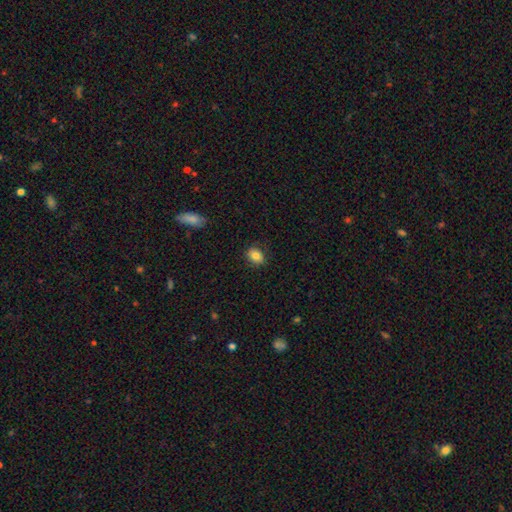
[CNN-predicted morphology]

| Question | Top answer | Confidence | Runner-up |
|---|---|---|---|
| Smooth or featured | smooth | 82% | star or artifact (9%) |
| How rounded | in between | 58% | round (41%) |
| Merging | none | 84% | minor disturbance (12%) |